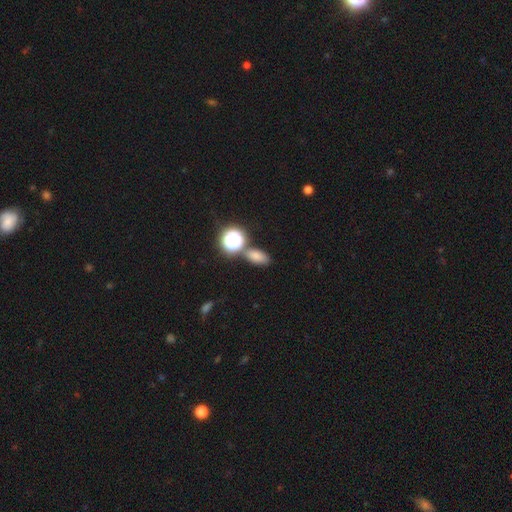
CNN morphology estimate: Smooth or featured? smooth (72%)
How rounded? in between (80%)
Merging? none (70%)